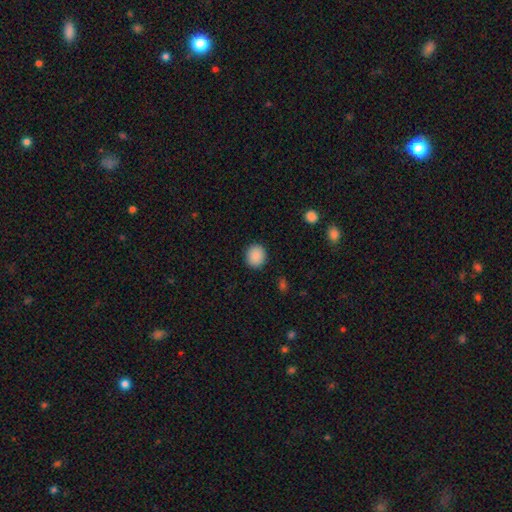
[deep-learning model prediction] The model was most divided on "how rounded": round: 78%, in between: 21%, cigar-shaped: 1%. More confident: merging — none (91%); smooth or featured — smooth (89%).